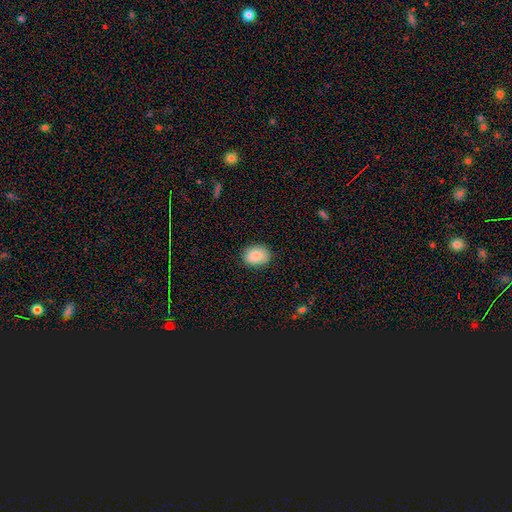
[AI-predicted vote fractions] Q: Smooth or featured?
A: smooth (88%); runner-up: star or artifact (7%)
Q: How rounded?
A: in between (68%); runner-up: round (31%)
Q: Merging?
A: none (84%); runner-up: minor disturbance (12%)